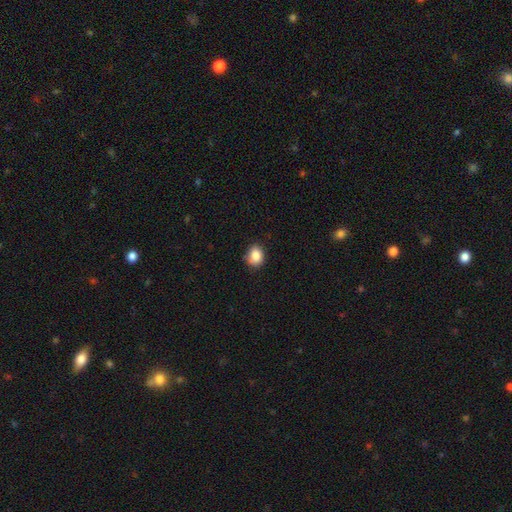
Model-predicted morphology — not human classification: Smooth or featured?
  - smooth: 85% *
  - star or artifact: 9%
  - featured or disk: 6%
How rounded?
  - round: 54% *
  - in between: 45%
  - cigar-shaped: 1%
Merging?
  - none: 71% *
  - minor disturbance: 23%
  - major disturbance: 4%
  - merger: 2%